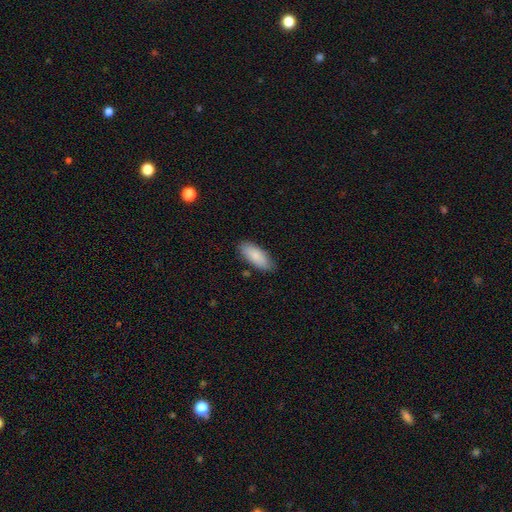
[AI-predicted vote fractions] Smooth or featured: smooth — 87% (featured or disk — 7%)
How rounded: in between — 82% (cigar-shaped — 16%)
Merging: none — 82% (minor disturbance — 14%)